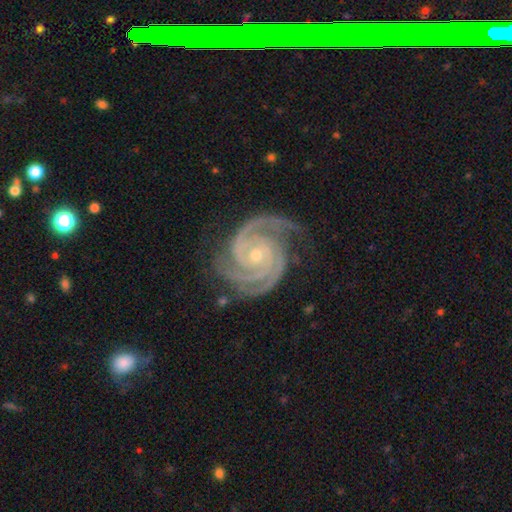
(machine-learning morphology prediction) Smooth or featured: featured or disk — 94% (star or artifact — 4%)
Edge-on disk: no — 98% (yes — 2%)
Bar: no — 69% (weak — 21%)
Spiral arms: yes — 99% (no — 1%)
Spiral winding: tight — 78% (medium — 20%)
Spiral arm count: 3 — 40% (2 — 35%)
Bulge size: small — 66% (moderate — 31%)
Merging: none — 74% (minor disturbance — 18%)